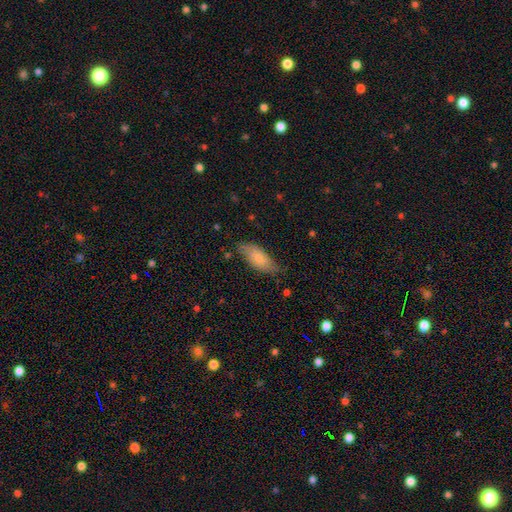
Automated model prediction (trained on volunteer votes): Smooth or featured?
  - smooth: 62% *
  - featured or disk: 28%
  - star or artifact: 9%
How rounded?
  - in between: 74% *
  - cigar-shaped: 24%
  - round: 3%
Merging?
  - none: 74% *
  - minor disturbance: 21%
  - major disturbance: 4%
  - merger: 2%